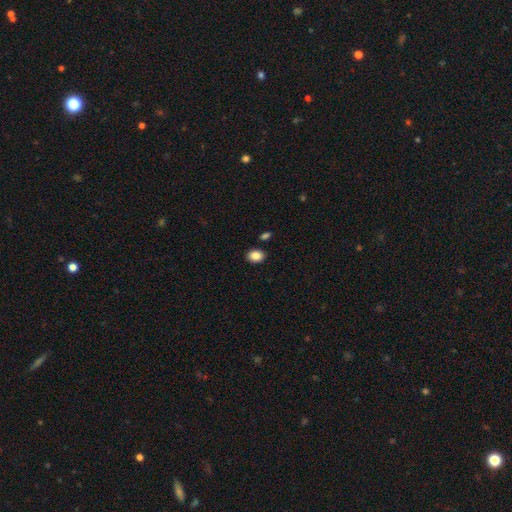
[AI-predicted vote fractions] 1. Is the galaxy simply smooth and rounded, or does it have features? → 87% smooth, 9% star or artifact, 4% featured or disk.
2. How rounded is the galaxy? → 62% in between, 37% round, 1% cigar-shaped.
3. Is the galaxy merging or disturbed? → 86% none, 8% minor disturbance, 3% merger, 2% major disturbance.